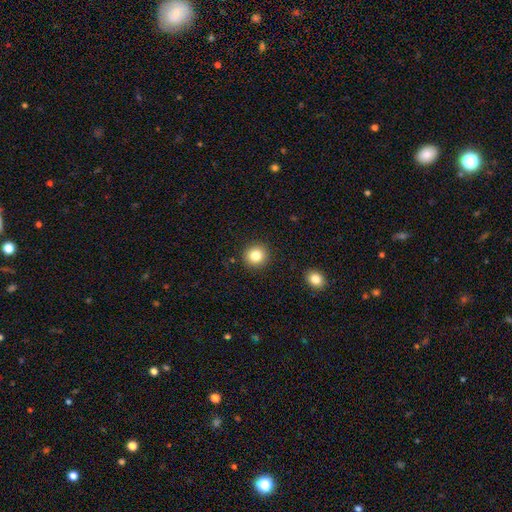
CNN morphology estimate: Smooth or featured?
  - smooth: 82% *
  - star or artifact: 11%
  - featured or disk: 7%
How rounded?
  - round: 92% *
  - in between: 7%
  - cigar-shaped: 1%
Merging?
  - none: 91% *
  - minor disturbance: 6%
  - major disturbance: 2%
  - merger: 1%